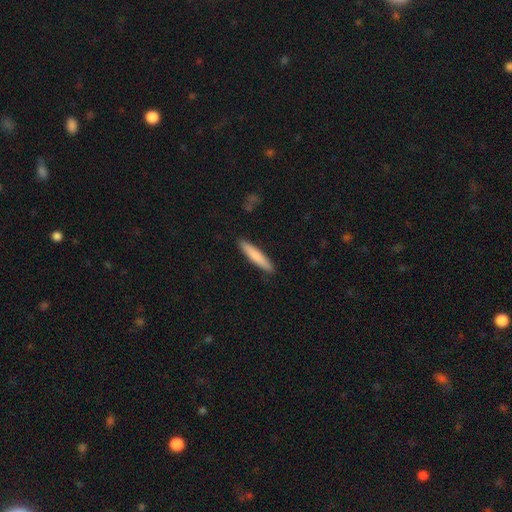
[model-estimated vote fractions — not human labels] Q: Smooth or featured?
A: smooth (81%); runner-up: featured or disk (14%)
Q: How rounded?
A: cigar-shaped (91%); runner-up: in between (8%)
Q: Merging?
A: none (90%); runner-up: minor disturbance (7%)